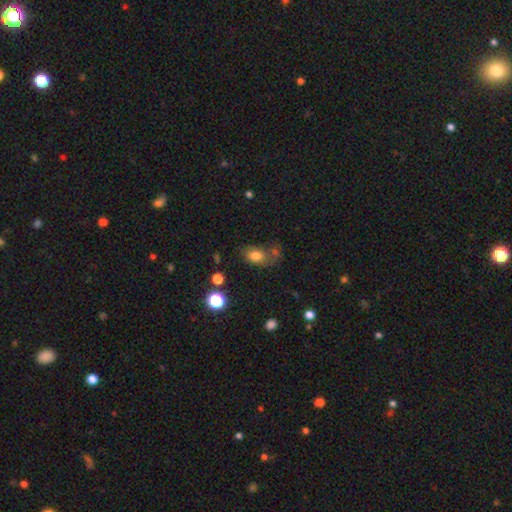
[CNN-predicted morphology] Smooth or featured? smooth (77%)
How rounded? in between (79%)
Merging? none (50%)